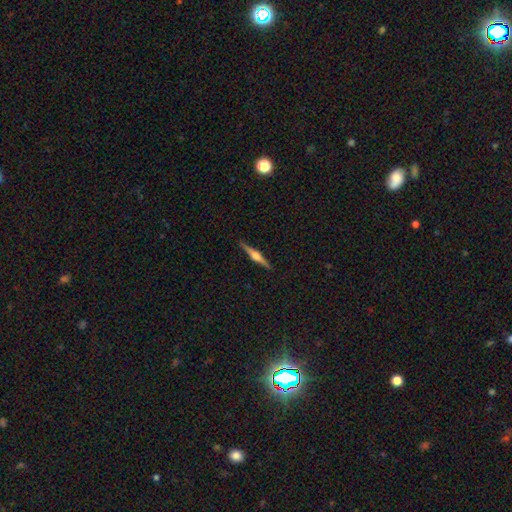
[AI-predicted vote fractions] Q: Smooth or featured?
A: featured or disk (78%); runner-up: smooth (17%)
Q: Edge-on disk?
A: yes (98%); runner-up: no (2%)
Q: Edge-on bulge?
A: rounded (85%); runner-up: boxy (11%)
Q: Merging?
A: none (91%); runner-up: minor disturbance (6%)